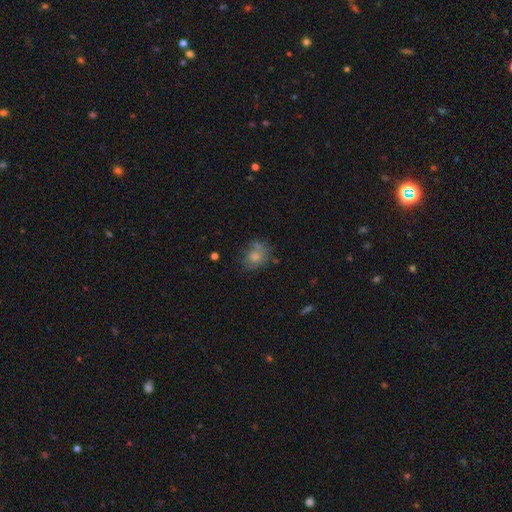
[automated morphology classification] A smooth galaxy with no disk features (68%) that is round (53%).

Vote fractions:
- Smooth or featured? smooth: 68% / featured or disk: 21% / star or artifact: 11%
- How rounded? round: 53% / in between: 46% / cigar-shaped: 1%
- Merging? none: 50% / minor disturbance: 25% / major disturbance: 14% / merger: 10%